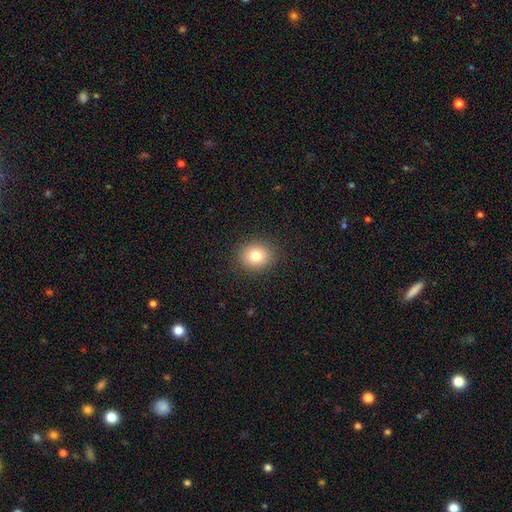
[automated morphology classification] Smooth or featured? Predicted: smooth (p=0.80). How rounded? Predicted: round (p=0.71). Merging? Predicted: none (p=0.89).